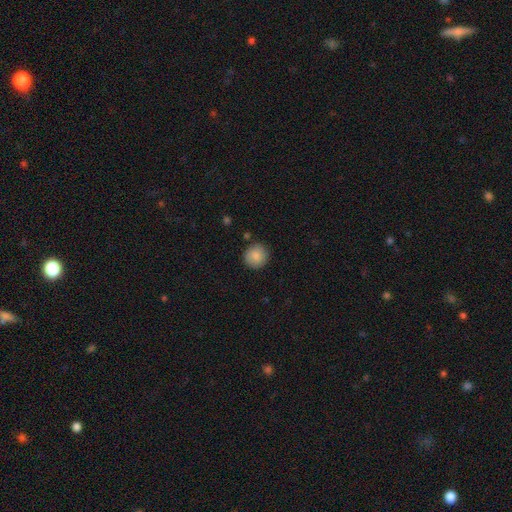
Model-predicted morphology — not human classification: Smooth or featured?
  - smooth: 86% *
  - star or artifact: 8%
  - featured or disk: 6%
How rounded?
  - round: 93% *
  - in between: 6%
  - cigar-shaped: 1%
Merging?
  - none: 87% *
  - minor disturbance: 9%
  - major disturbance: 2%
  - merger: 2%